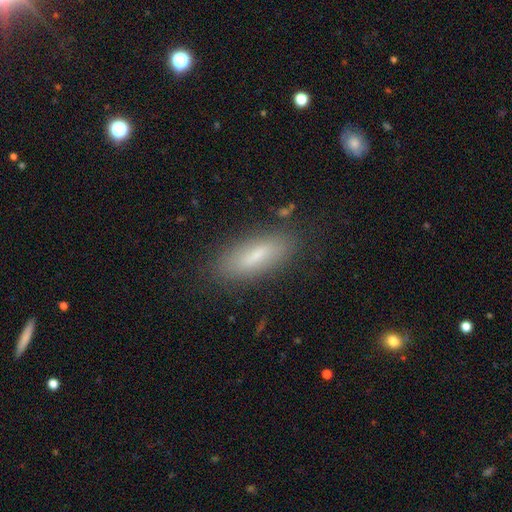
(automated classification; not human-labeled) This appears to be a smooth galaxy with no disk features (71%) that is in between round and cigar-shaped (52%). Merging: none (83%).